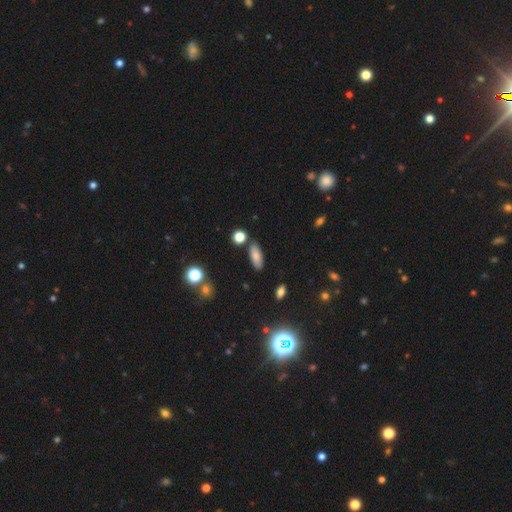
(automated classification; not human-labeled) Smooth or featured?
  - smooth: 80% *
  - featured or disk: 11%
  - star or artifact: 10%
How rounded?
  - in between: 76% *
  - cigar-shaped: 21%
  - round: 4%
Merging?
  - none: 83% *
  - minor disturbance: 10%
  - merger: 5%
  - major disturbance: 3%